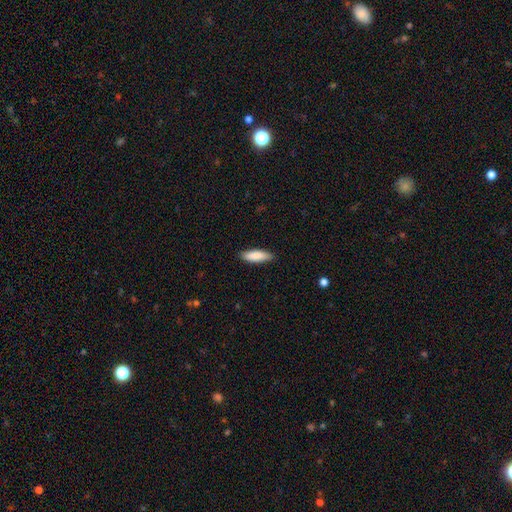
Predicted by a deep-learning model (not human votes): Morphology: type=smooth (87%); roundness=cigar-shaped (50%); merging=none (87%).